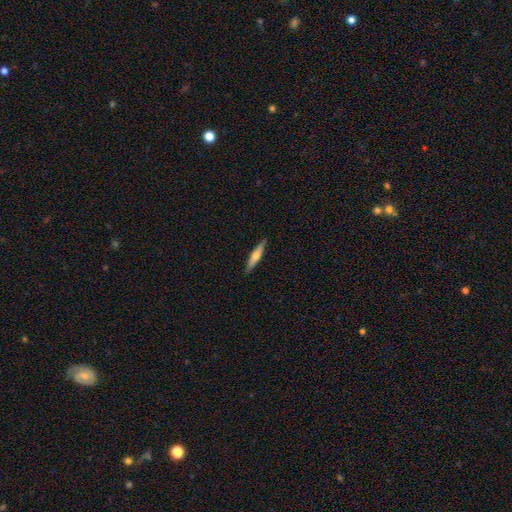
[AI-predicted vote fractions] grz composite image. It shows a smooth galaxy with no disk features (51%) that is cigar-shaped (88%). Merging: none (89%).